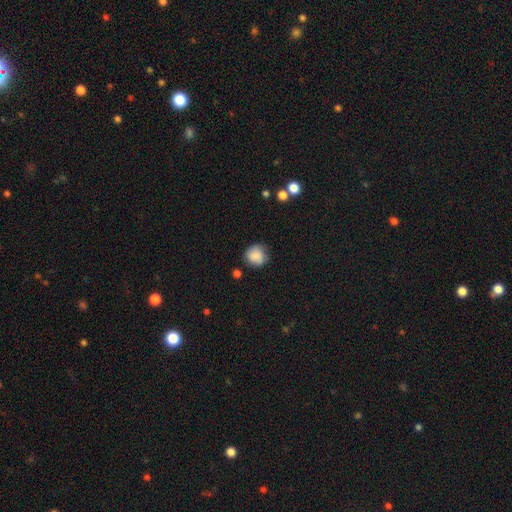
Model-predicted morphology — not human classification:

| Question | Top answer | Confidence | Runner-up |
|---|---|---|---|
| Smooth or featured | smooth | 83% | featured or disk (9%) |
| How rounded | round | 87% | in between (12%) |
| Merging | none | 72% | minor disturbance (21%) |